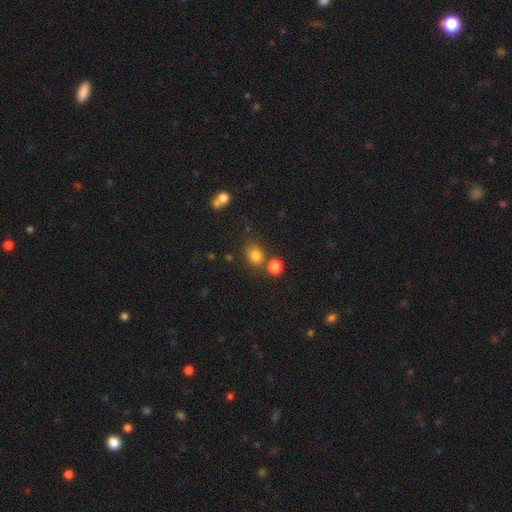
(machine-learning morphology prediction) smooth-or-featured: smooth: 79% | star or artifact: 15% | featured or disk: 7%
  how-rounded: round: 66% | in between: 33% | cigar-shaped: 1%
  merging: none: 65% | merger: 17% | minor disturbance: 13% | major disturbance: 5%